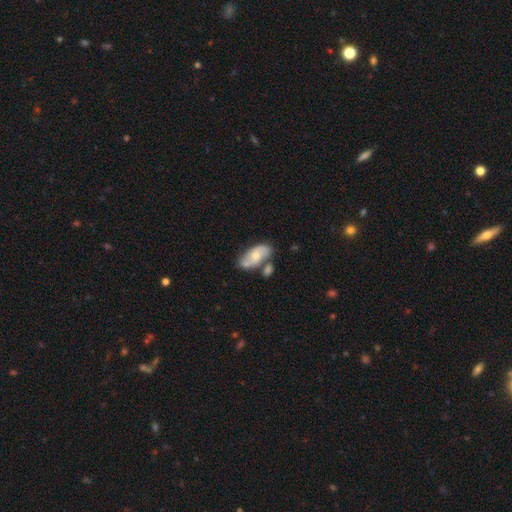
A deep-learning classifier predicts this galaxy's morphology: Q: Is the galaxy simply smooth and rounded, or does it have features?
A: featured or disk — 53%.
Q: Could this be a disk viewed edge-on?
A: no — 93%.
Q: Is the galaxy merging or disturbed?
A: none — 51%.